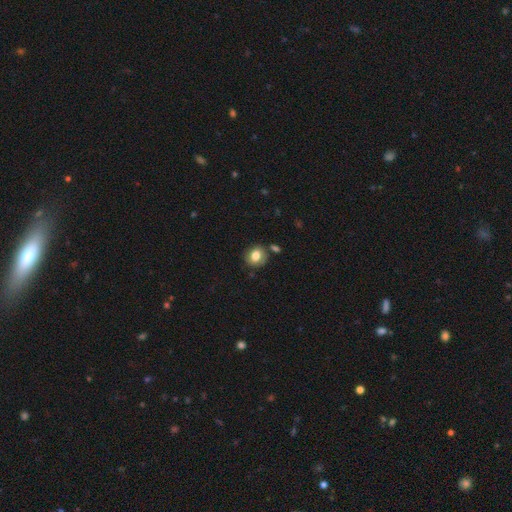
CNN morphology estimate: smooth-or-featured: smooth: 78% | featured or disk: 13% | star or artifact: 9%
  how-rounded: round: 71% | in between: 29% | cigar-shaped: 1%
  merging: none: 78% | minor disturbance: 13% | merger: 6% | major disturbance: 3%